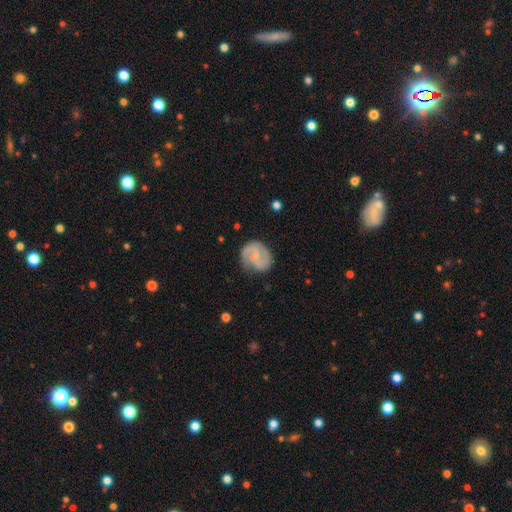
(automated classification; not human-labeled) A featured or disk galaxy (73%) with no bar (52%), 2 (75%) medium (45%) spiral arms (93%) and a small central bulge (63%).

Vote fractions:
- Smooth or featured? featured or disk: 73% / smooth: 21% / star or artifact: 6%
- Edge-on disk? no: 98% / yes: 2%
- Bar? no: 52% / weak: 40% / strong: 7%
- Spiral arms? yes: 93% / no: 7%
- Spiral winding? medium: 45% / tight: 38% / loose: 16%
- Spiral arm count? 2: 75% / can't tell: 10% / 3: 6% / 1: 5% / 4: 2% / more than 4: 2%
- Bulge size? small: 63% / none: 23% / moderate: 13% / large: 1% / dominant: 1%
- Merging? none: 73% / minor disturbance: 19% / major disturbance: 6% / merger: 2%